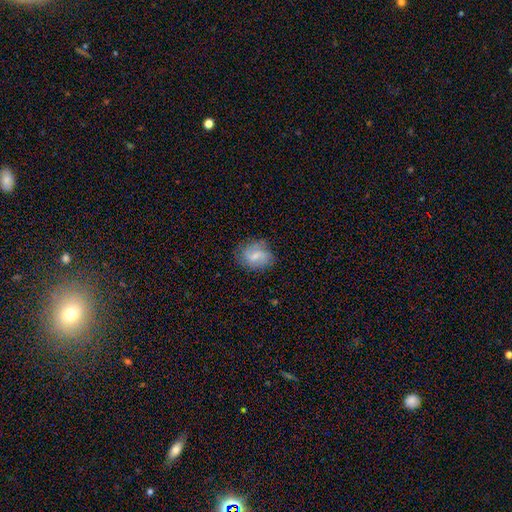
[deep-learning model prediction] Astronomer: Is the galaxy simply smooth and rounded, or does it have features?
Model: featured or disk — 55% (runner-up: smooth, 37%).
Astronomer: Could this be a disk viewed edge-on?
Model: no — 97%.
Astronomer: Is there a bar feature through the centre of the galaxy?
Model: weak — 58%.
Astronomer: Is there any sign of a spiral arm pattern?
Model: yes — 87%.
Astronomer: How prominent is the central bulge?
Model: small — 53%.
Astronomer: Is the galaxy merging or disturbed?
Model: none — 74%.